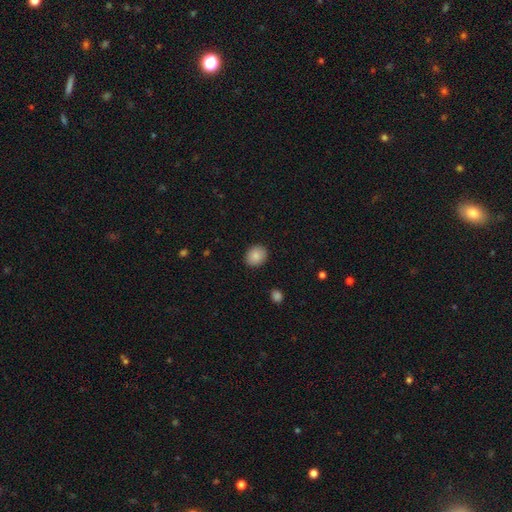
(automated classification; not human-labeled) Smooth or featured: smooth — 87% (star or artifact — 8%)
How rounded: round — 59% (in between — 40%)
Merging: none — 90% (minor disturbance — 7%)